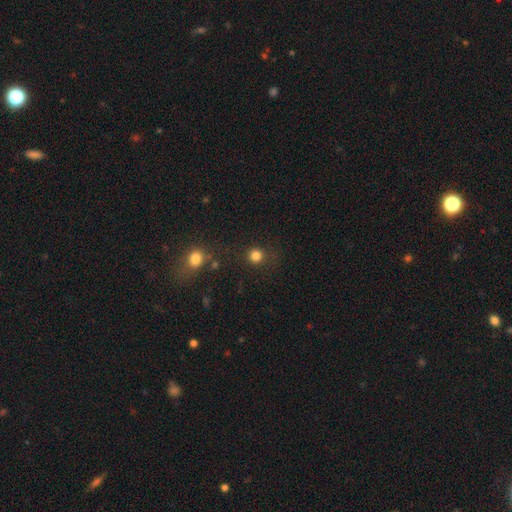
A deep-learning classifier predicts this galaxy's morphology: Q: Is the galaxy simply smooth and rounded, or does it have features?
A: smooth — 82%.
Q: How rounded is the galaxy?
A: round — 92%.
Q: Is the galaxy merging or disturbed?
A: none — 84%.